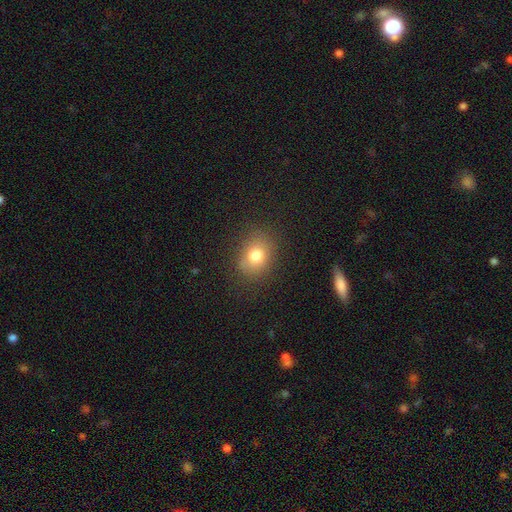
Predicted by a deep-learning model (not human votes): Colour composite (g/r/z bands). It shows a smooth galaxy with no disk features (77%) that is round (52%). Merging: none (80%).